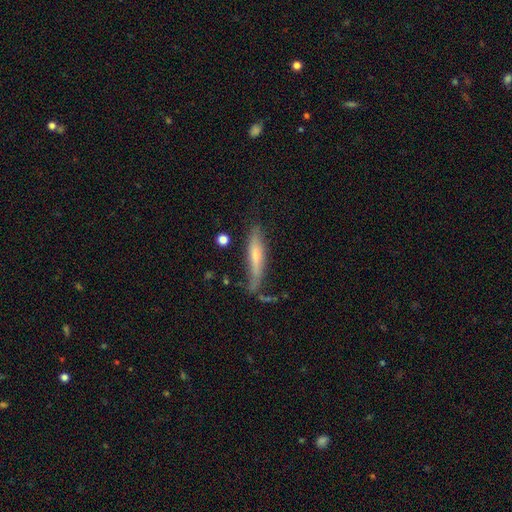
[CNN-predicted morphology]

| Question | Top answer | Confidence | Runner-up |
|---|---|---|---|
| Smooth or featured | smooth | 57% | featured or disk (37%) |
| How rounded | cigar-shaped | 87% | in between (11%) |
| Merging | none | 57% | minor disturbance (26%) |